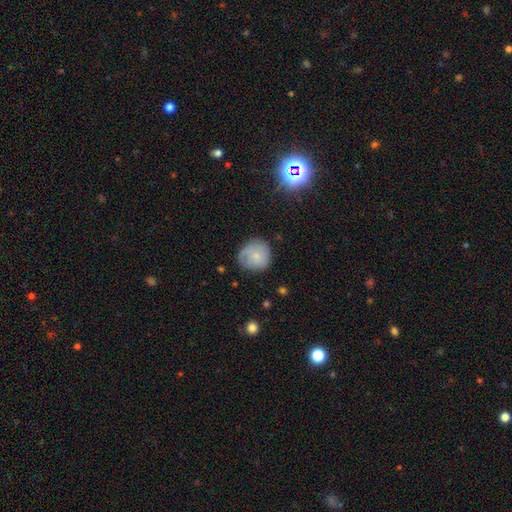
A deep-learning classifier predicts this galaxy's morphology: Smooth or featured? smooth (68%)
How rounded? round (88%)
Merging? none (69%)